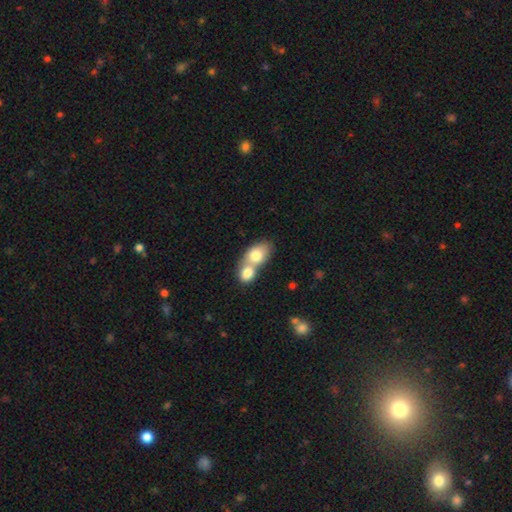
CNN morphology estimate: This appears to be a smooth galaxy with no disk features (74%) that is in between round and cigar-shaped (76%). Merging: merger (74%).